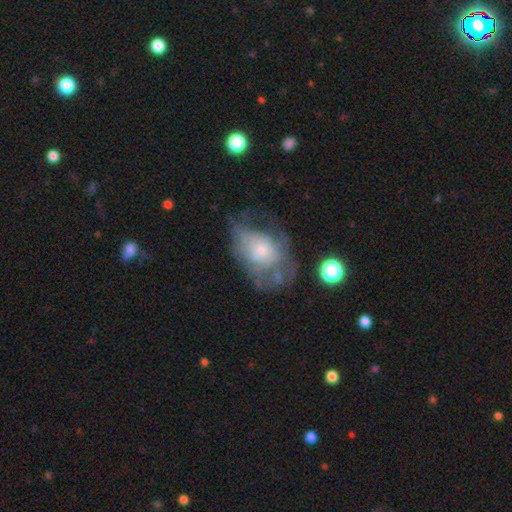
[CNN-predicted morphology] This appears to be a featured or disk galaxy (49%). Merging: major disturbance (45%).